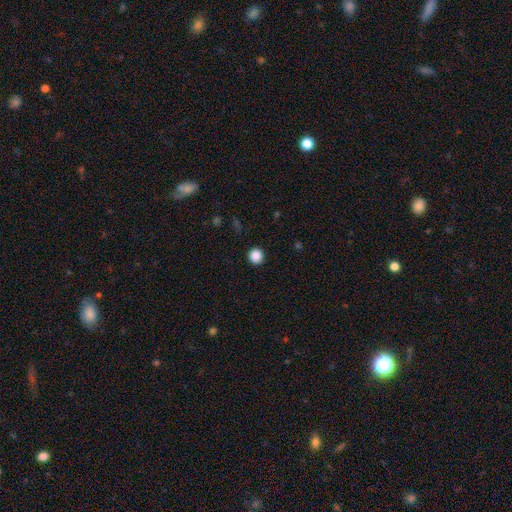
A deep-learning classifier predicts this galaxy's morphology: This appears to be a smooth galaxy with no disk features (88%) that is round (95%). Merging: none (93%).